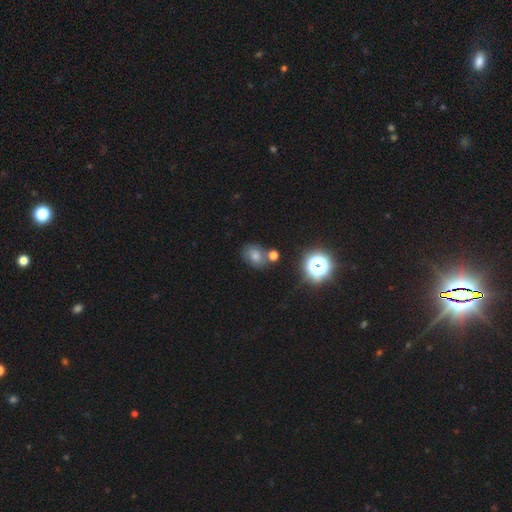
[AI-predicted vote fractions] This appears to be a smooth galaxy with no disk features (58%) that is in between round and cigar-shaped (53%). Merging: none (63%).